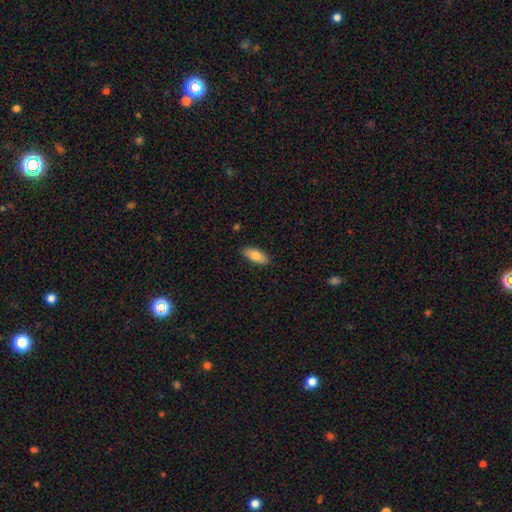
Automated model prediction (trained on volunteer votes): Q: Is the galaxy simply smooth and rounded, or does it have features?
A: smooth — 77%.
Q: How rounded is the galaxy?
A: in between — 82%.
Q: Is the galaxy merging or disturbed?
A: none — 88%.